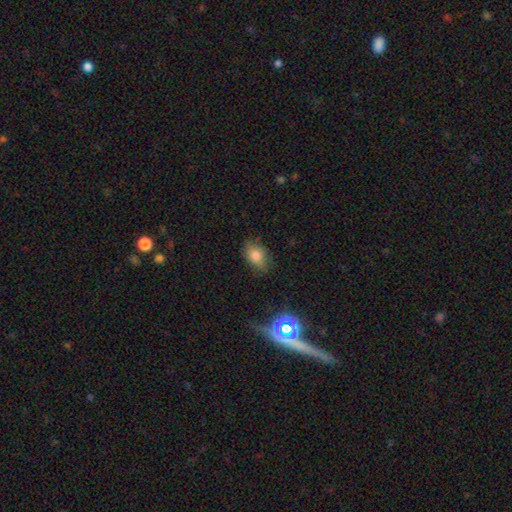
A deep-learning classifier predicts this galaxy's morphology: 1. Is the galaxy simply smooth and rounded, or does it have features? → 74% smooth, 14% featured or disk, 12% star or artifact.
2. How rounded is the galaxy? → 80% in between, 18% round, 2% cigar-shaped.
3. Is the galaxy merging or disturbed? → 75% none, 19% minor disturbance, 5% major disturbance, 1% merger.